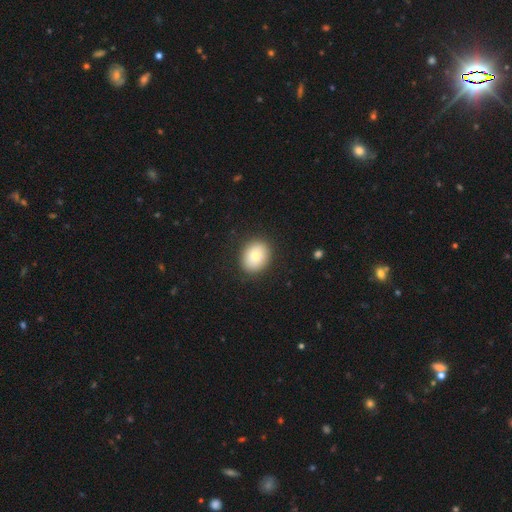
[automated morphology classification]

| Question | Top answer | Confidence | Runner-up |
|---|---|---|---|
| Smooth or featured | smooth | 78% | featured or disk (13%) |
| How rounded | round | 58% | in between (41%) |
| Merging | none | 89% | minor disturbance (8%) |